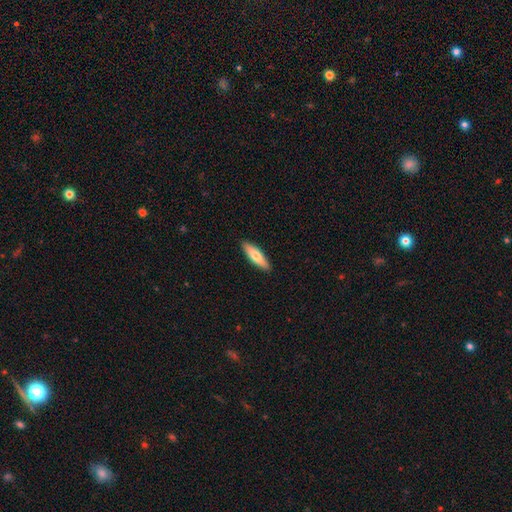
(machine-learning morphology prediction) Overall: smooth (65%; featured or disk 29%). How rounded: cigar-shaped (54%; in between 44%). Merging: none (90%).